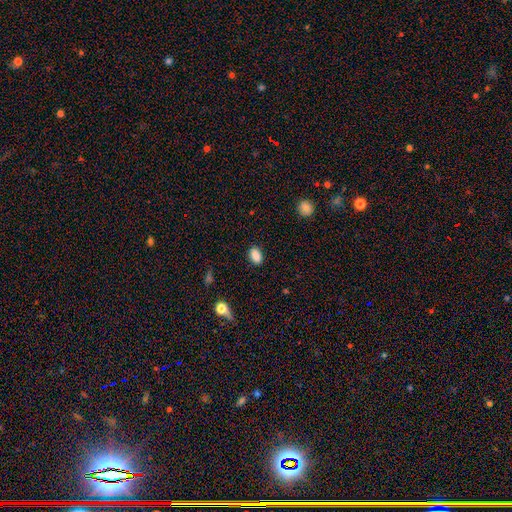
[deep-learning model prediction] Smooth or featured: smooth — 87% (star or artifact — 9%)
How rounded: in between — 86% (round — 12%)
Merging: none — 87% (minor disturbance — 9%)